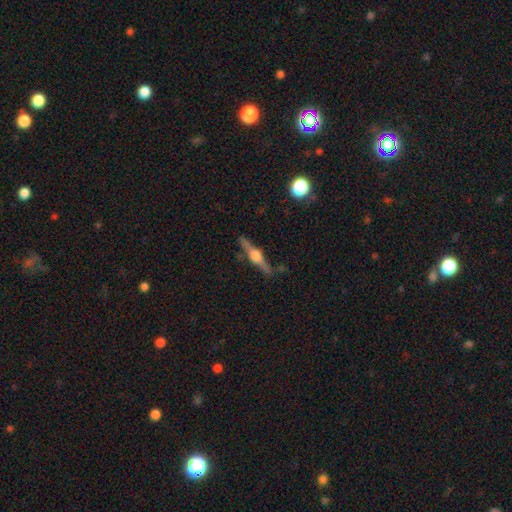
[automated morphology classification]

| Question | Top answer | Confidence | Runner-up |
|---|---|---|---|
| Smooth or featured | featured or disk | 79% | smooth (15%) |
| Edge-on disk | yes | 98% | no (2%) |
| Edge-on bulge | rounded | 93% | boxy (5%) |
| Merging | none | 86% | minor disturbance (9%) |